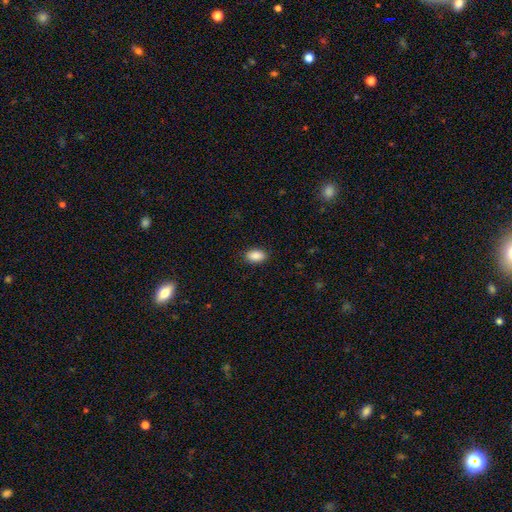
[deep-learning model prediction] Smooth or featured?
  - smooth: 89% *
  - star or artifact: 7%
  - featured or disk: 4%
How rounded?
  - in between: 91% *
  - round: 7%
  - cigar-shaped: 2%
Merging?
  - none: 89% *
  - minor disturbance: 8%
  - major disturbance: 2%
  - merger: 1%